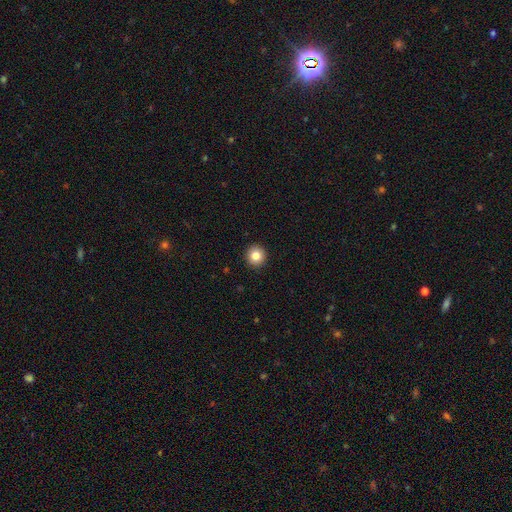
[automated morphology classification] This appears to be a smooth galaxy with no disk features (84%) that is round (95%). Merging: none (94%).